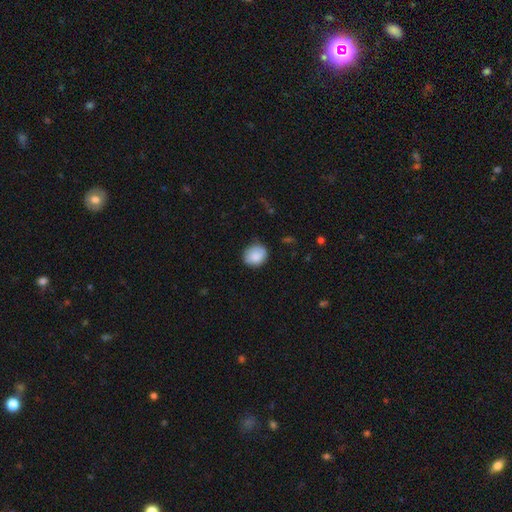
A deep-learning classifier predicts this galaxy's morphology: Smooth or featured? Predicted: smooth (p=0.87). How rounded? Predicted: round (p=0.72). Merging? Predicted: none (p=0.78).